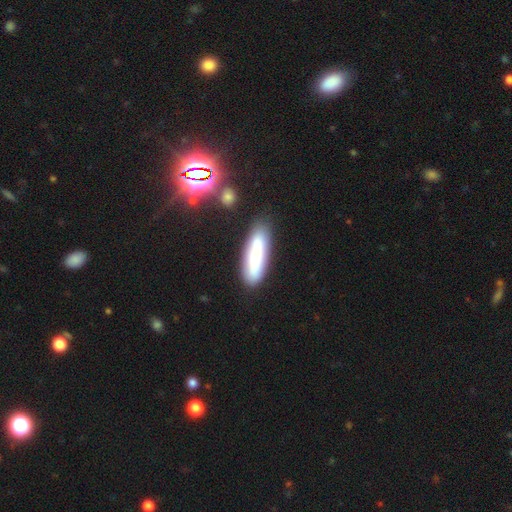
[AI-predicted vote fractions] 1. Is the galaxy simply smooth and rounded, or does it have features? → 66% smooth, 25% featured or disk, 9% star or artifact.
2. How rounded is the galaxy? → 62% cigar-shaped, 36% in between, 2% round.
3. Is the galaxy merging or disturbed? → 73% none, 15% minor disturbance, 7% merger, 5% major disturbance.